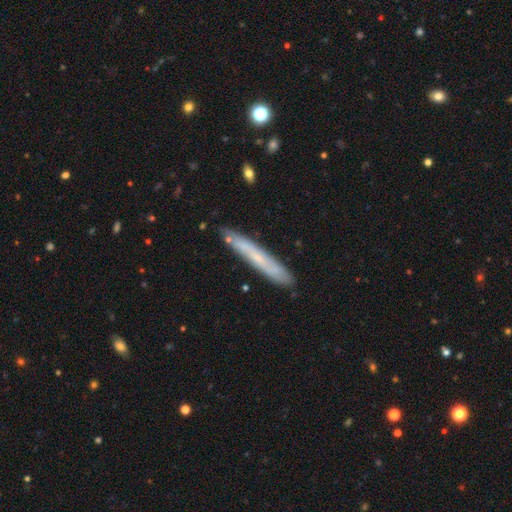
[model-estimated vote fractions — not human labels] smooth 47%, featured or disk 46%, star or artifact 7%. Down the decision tree: merging — none (84%).